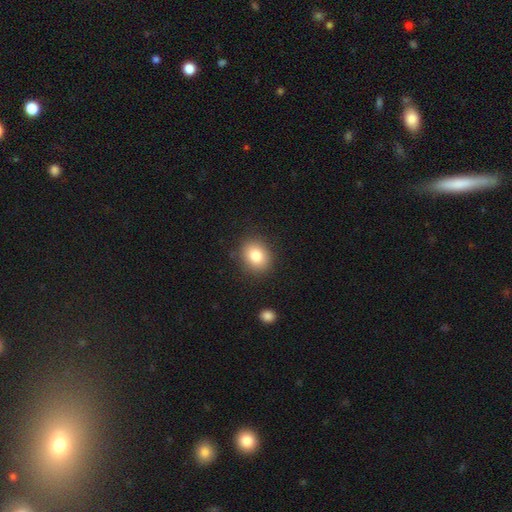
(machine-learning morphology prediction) Smooth or featured? Predicted: smooth (p=0.83). How rounded? Predicted: round (p=0.51). Merging? Predicted: none (p=0.86).